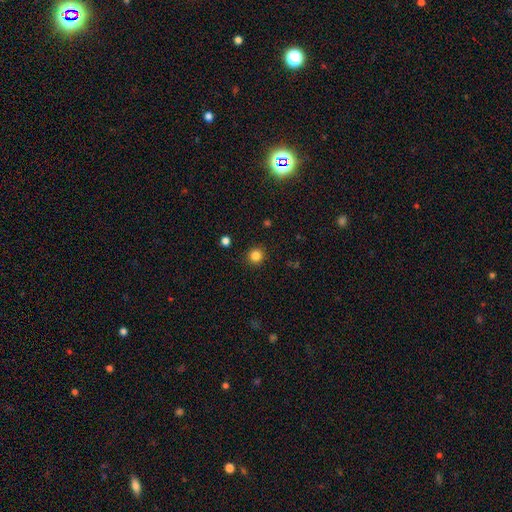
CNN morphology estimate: type=smooth (84%); roundness=round (93%); merging=none (91%).